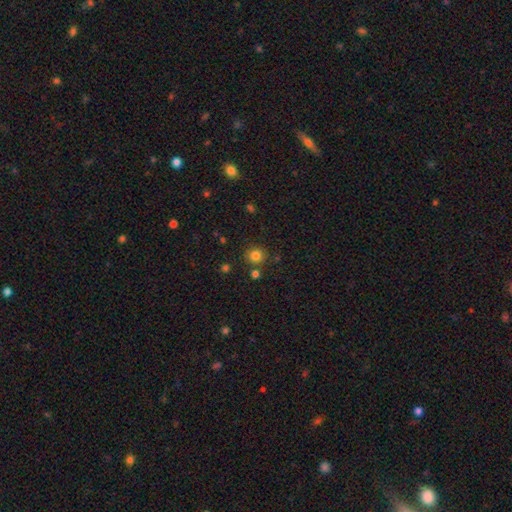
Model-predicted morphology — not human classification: This is clearly a smooth galaxy (81%). How rounded: clearly round (90%). Merging: clearly none (82%).